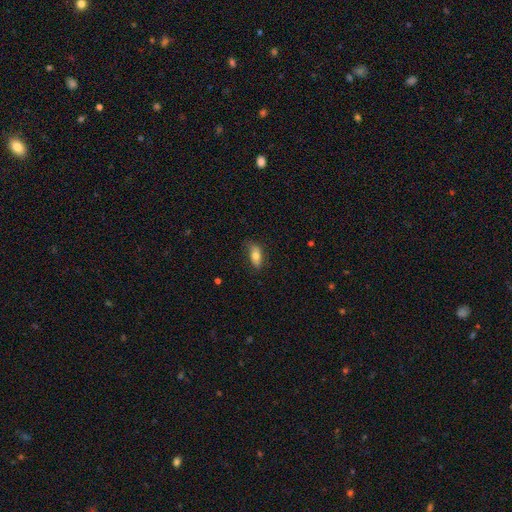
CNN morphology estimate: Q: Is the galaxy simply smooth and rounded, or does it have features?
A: smooth — 74%.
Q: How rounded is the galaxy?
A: in between — 83%.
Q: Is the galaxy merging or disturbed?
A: none — 75%.